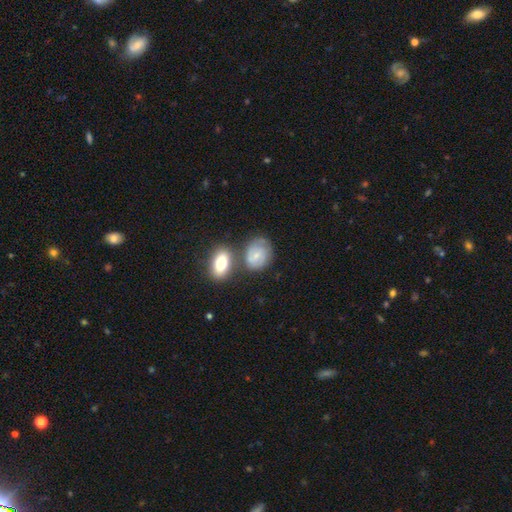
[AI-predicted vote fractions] Smooth or featured? smooth (47%)
Merging? none (55%)